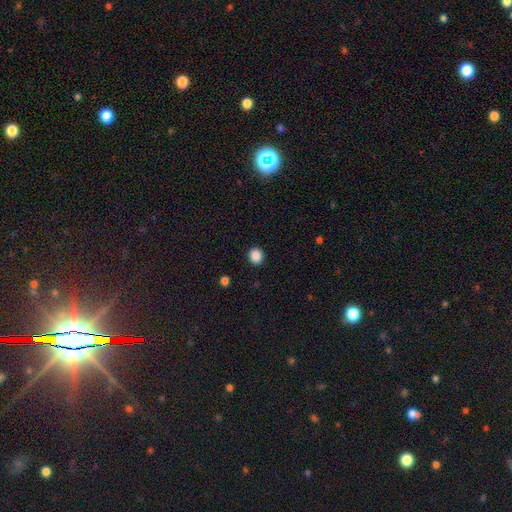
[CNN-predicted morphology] Smooth or featured?
  - smooth: 88% *
  - star or artifact: 10%
  - featured or disk: 2%
How rounded?
  - round: 80% *
  - in between: 19%
  - cigar-shaped: 1%
Merging?
  - none: 91% *
  - minor disturbance: 6%
  - major disturbance: 2%
  - merger: 1%